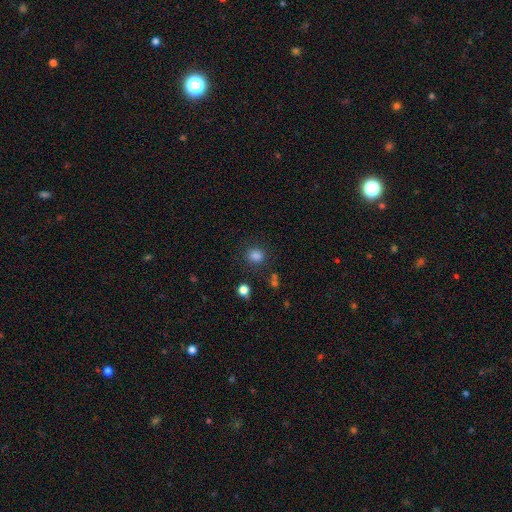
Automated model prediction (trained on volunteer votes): Q: Smooth or featured?
A: smooth (83%); runner-up: star or artifact (13%)
Q: How rounded?
A: round (74%); runner-up: in between (25%)
Q: Merging?
A: none (83%); runner-up: minor disturbance (10%)